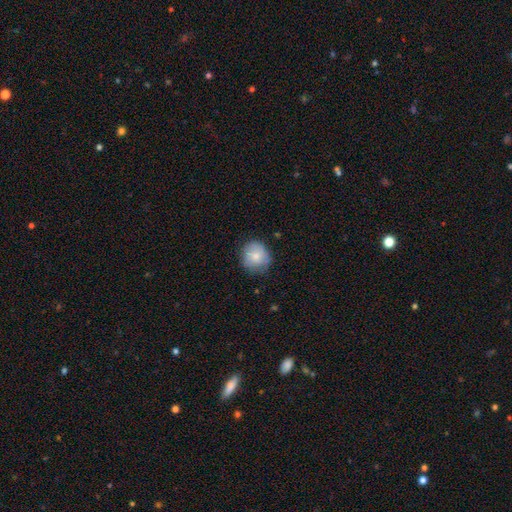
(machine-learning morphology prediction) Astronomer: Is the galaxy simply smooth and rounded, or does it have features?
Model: smooth — 76%.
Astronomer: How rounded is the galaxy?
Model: round — 88%.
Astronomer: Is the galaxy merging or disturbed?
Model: none — 77%.